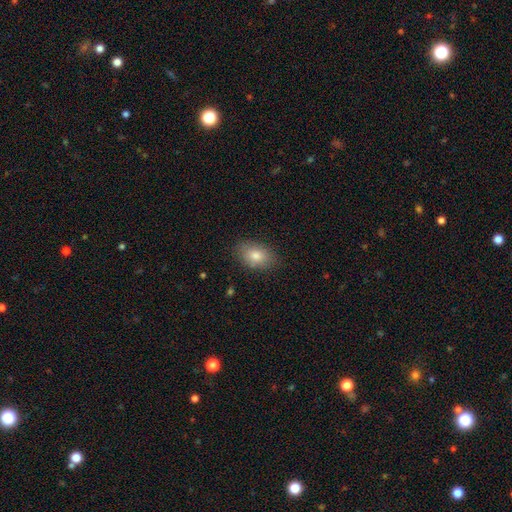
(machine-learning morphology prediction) A smooth galaxy with no disk features (81%) that is in between round and cigar-shaped (85%).

Vote fractions:
- Smooth or featured? smooth: 81% / featured or disk: 11% / star or artifact: 9%
- How rounded? in between: 85% / round: 13% / cigar-shaped: 2%
- Merging? none: 85% / minor disturbance: 12% / major disturbance: 3% / merger: 1%